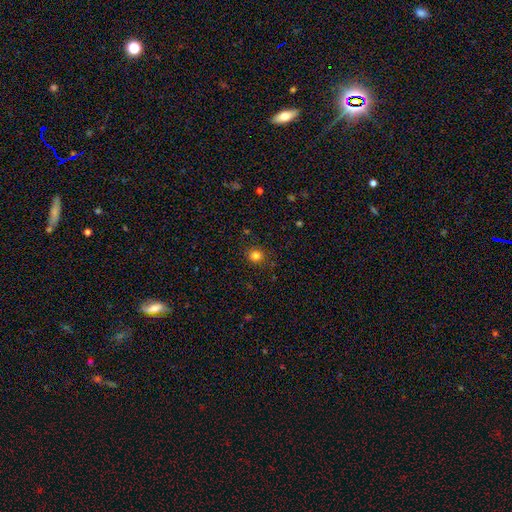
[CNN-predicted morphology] Q: Smooth or featured?
A: smooth (81%); runner-up: star or artifact (14%)
Q: How rounded?
A: round (87%); runner-up: in between (12%)
Q: Merging?
A: none (89%); runner-up: minor disturbance (8%)